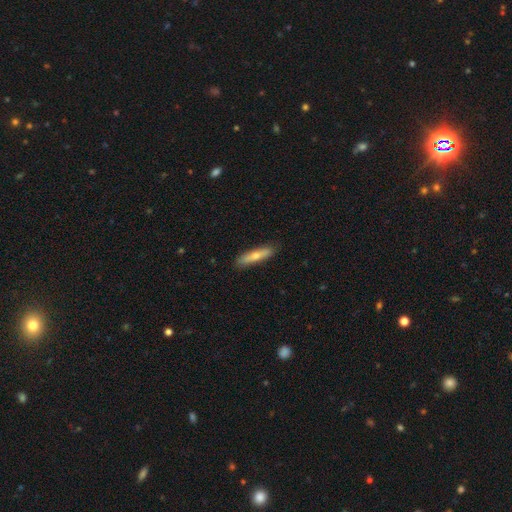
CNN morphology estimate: Smooth or featured? Predicted: smooth (p=0.63). How rounded? Predicted: cigar-shaped (p=0.82). Merging? Predicted: none (p=0.86).